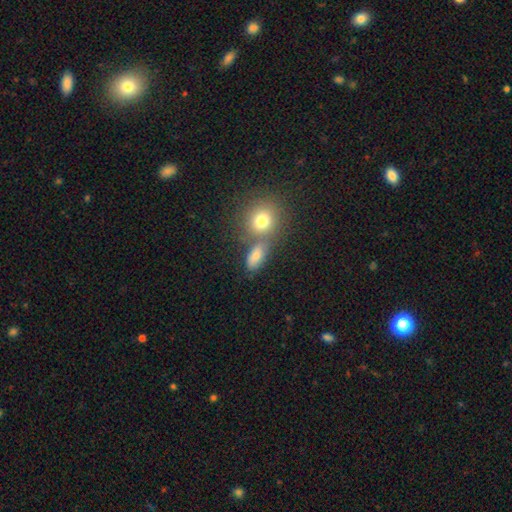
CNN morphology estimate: Smooth or featured?
  - smooth: 75% *
  - star or artifact: 14%
  - featured or disk: 12%
How rounded?
  - in between: 69% *
  - round: 25%
  - cigar-shaped: 6%
Merging?
  - none: 55% *
  - merger: 26%
  - minor disturbance: 13%
  - major disturbance: 6%